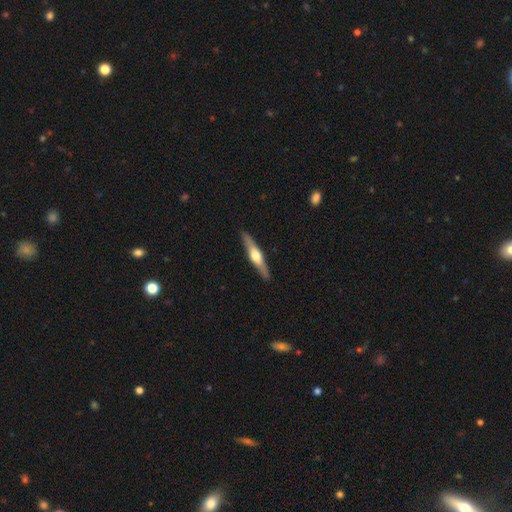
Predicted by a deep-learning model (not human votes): This appears to be a featured or disk galaxy (64%) viewed edge-on (96%) with a rounded central bulge (91%). Merging: none (90%).